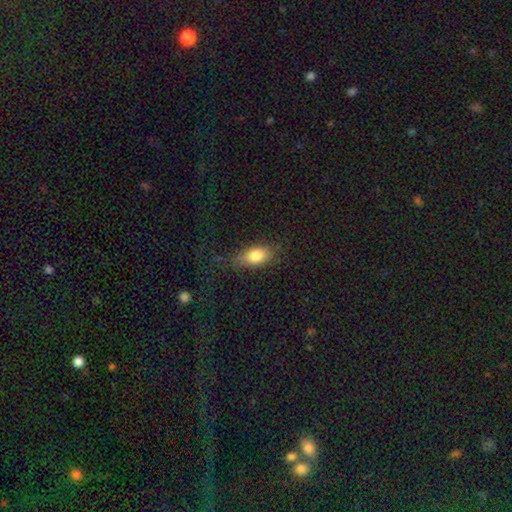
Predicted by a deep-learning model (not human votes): smooth-or-featured: smooth: 80% | featured or disk: 12% | star or artifact: 9%
  how-rounded: in between: 82% | cigar-shaped: 10% | round: 8%
  merging: none: 74% | minor disturbance: 19% | major disturbance: 6% | merger: 1%